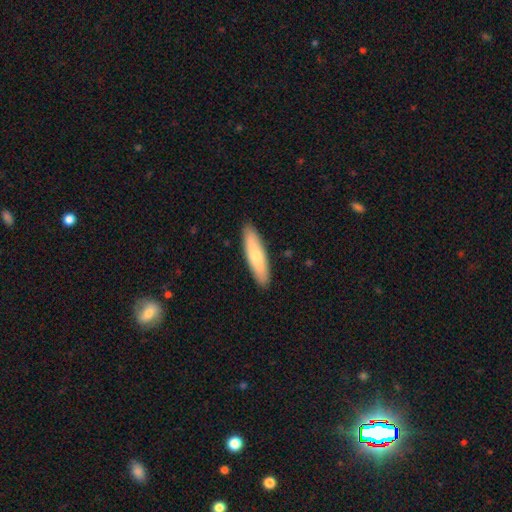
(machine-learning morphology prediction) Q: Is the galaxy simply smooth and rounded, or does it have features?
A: smooth — 69%.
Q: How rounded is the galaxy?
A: cigar-shaped — 75%.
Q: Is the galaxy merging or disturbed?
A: none — 90%.